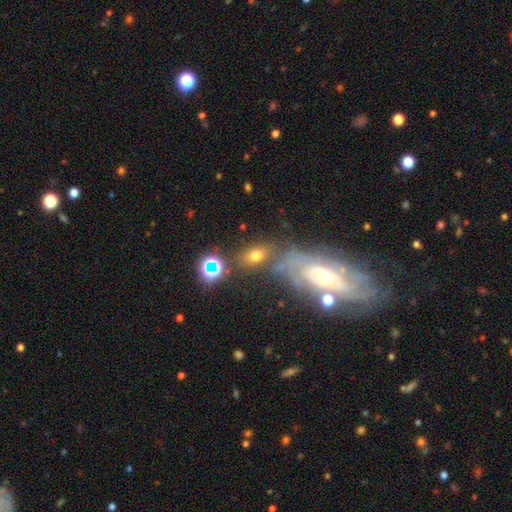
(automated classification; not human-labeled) A smooth galaxy with no disk features (63%) that is in between round and cigar-shaped (82%).

Vote fractions:
- Smooth or featured? smooth: 63% / featured or disk: 19% / star or artifact: 18%
- How rounded? in between: 82% / round: 14% / cigar-shaped: 3%
- Merging? none: 57% / merger: 19% / minor disturbance: 15% / major disturbance: 9%